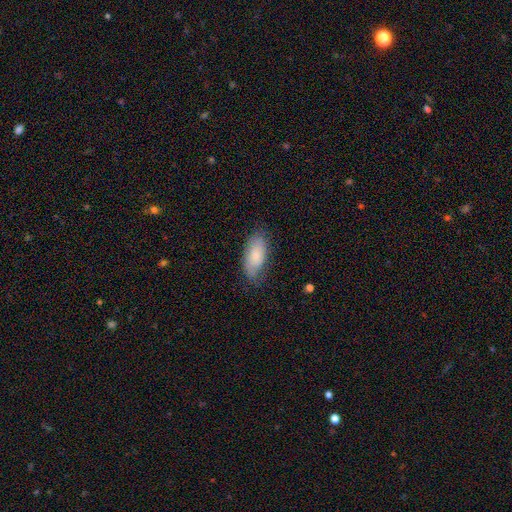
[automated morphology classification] The model was most divided on "merging": none: 69%, minor disturbance: 24%, major disturbance: 6%, merger: 1%. More confident: how rounded — in between (91%); smooth or featured — smooth (71%).